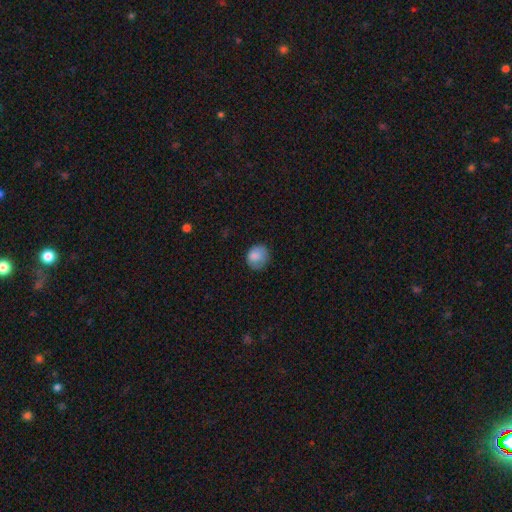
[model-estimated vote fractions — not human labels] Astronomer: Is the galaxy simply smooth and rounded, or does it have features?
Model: smooth — 83%.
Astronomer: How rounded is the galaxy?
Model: round — 72%.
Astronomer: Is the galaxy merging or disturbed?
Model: none — 67%.